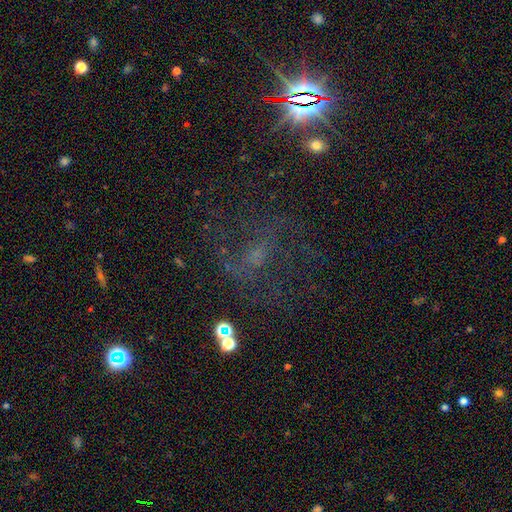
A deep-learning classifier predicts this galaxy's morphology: Overall: featured or disk (46%; star or artifact 37%). Merging: none (57%; major disturbance 23%).